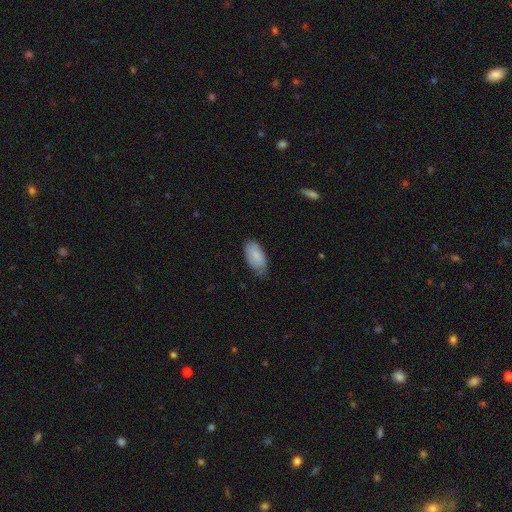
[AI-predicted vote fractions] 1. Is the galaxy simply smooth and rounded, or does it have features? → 80% smooth, 14% featured or disk, 6% star or artifact.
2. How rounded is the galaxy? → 94% in between, 4% cigar-shaped, 2% round.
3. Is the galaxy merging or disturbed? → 58% none, 34% minor disturbance, 6% major disturbance, 1% merger.